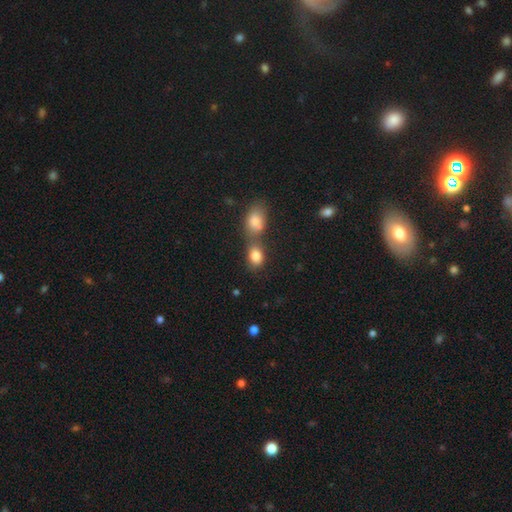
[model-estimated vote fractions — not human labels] Smooth or featured? smooth (83%)
How rounded? in between (70%)
Merging? merger (52%)